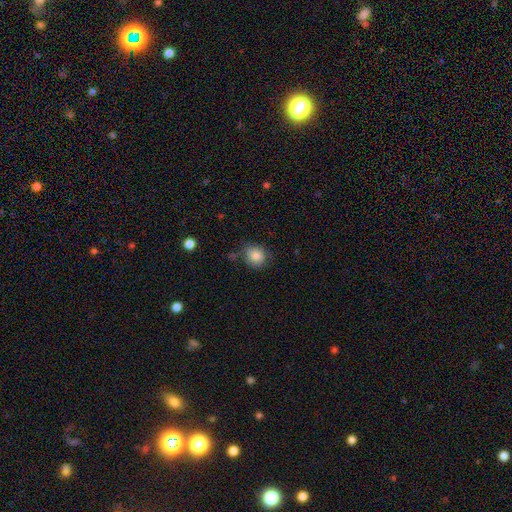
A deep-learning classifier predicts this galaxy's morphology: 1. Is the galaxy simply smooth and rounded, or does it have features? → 85% smooth, 9% star or artifact, 6% featured or disk.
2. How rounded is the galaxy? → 74% round, 25% in between, 1% cigar-shaped.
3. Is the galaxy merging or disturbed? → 76% none, 17% minor disturbance, 4% major disturbance, 3% merger.